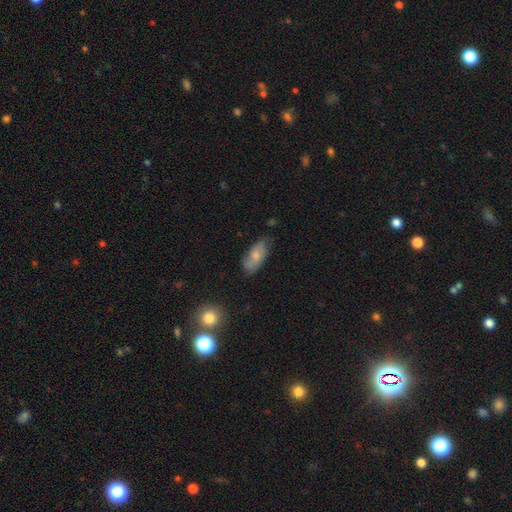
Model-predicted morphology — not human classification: smooth 63%, featured or disk 29%, star or artifact 7%. Down the decision tree: how rounded — in between (88%); merging — none (59%).